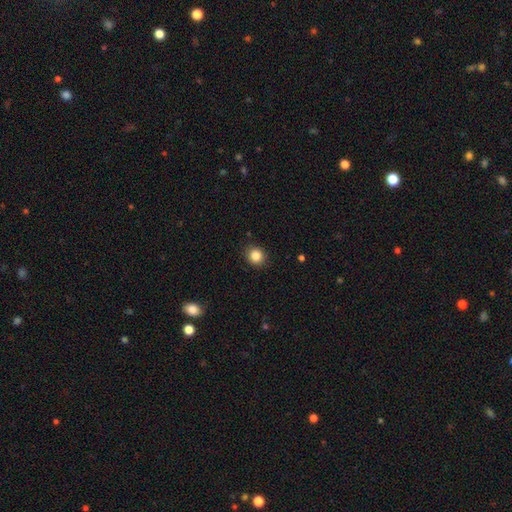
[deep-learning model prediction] Smooth or featured: smooth — 86% (star or artifact — 10%)
How rounded: round — 86% (in between — 14%)
Merging: none — 89% (minor disturbance — 8%)